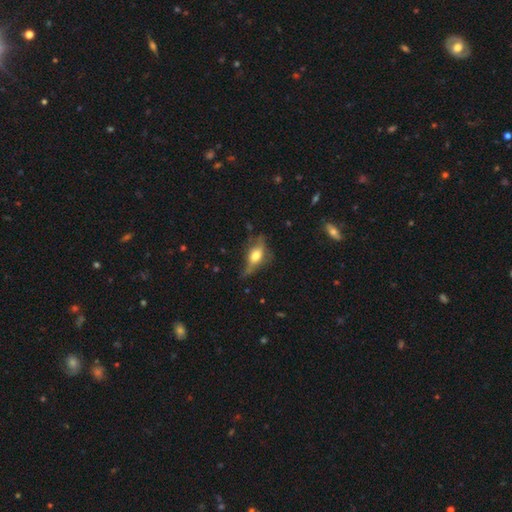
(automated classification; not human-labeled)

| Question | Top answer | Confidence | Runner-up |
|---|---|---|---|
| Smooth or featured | featured or disk | 48% | smooth (44%) |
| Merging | none | 48% | minor disturbance (29%) |